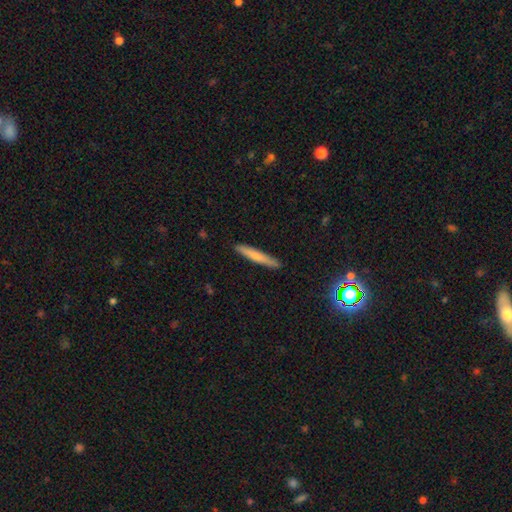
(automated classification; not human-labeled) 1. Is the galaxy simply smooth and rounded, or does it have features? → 67% smooth, 27% featured or disk, 6% star or artifact.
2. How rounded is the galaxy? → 94% cigar-shaped, 4% in between, 1% round.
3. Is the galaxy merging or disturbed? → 89% none, 8% minor disturbance, 2% major disturbance, 1% merger.